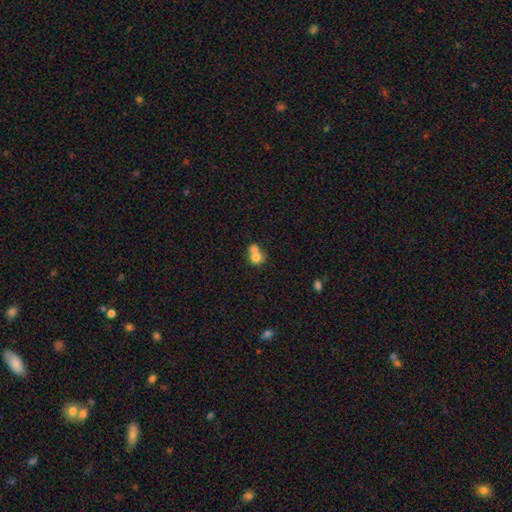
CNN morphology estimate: A smooth galaxy with no disk features (72%) that is round (69%).

Vote fractions:
- Smooth or featured? smooth: 72% / featured or disk: 18% / star or artifact: 10%
- How rounded? round: 69% / in between: 30% / cigar-shaped: 1%
- Merging? merger: 67% / none: 23% / minor disturbance: 6% / major disturbance: 4%